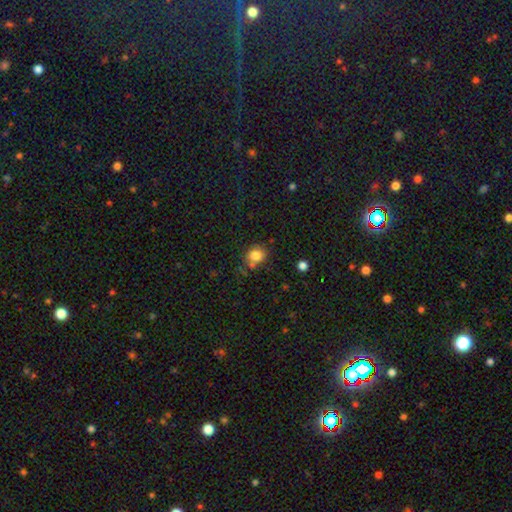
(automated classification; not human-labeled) Smooth or featured? Predicted: smooth (p=0.81). How rounded? Predicted: round (p=0.73). Merging? Predicted: none (p=0.67).